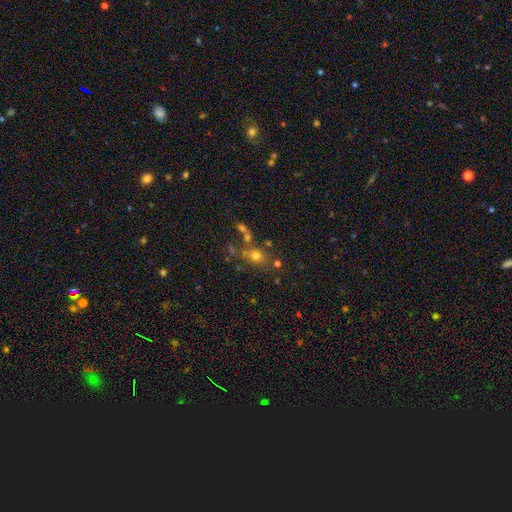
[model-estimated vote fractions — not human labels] Smooth or featured: smooth — 63% (star or artifact — 21%)
How rounded: round — 58% (in between — 40%)
Merging: none — 57% (merger — 21%)